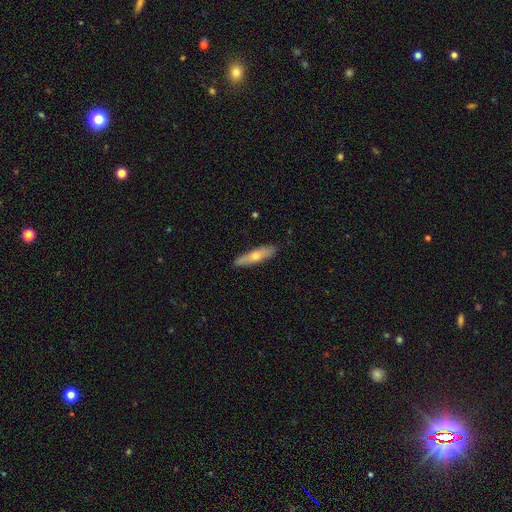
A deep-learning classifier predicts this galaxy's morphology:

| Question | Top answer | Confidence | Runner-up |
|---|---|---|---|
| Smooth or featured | smooth | 56% | featured or disk (38%) |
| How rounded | cigar-shaped | 78% | in between (20%) |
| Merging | none | 89% | minor disturbance (8%) |